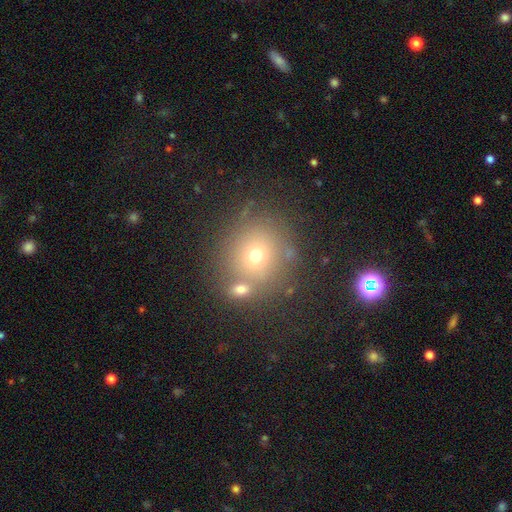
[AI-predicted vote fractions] Smooth or featured?
  - smooth: 66% *
  - star or artifact: 18%
  - featured or disk: 16%
How rounded?
  - round: 86% *
  - in between: 13%
  - cigar-shaped: 1%
Merging?
  - none: 65% *
  - merger: 19%
  - minor disturbance: 11%
  - major disturbance: 5%